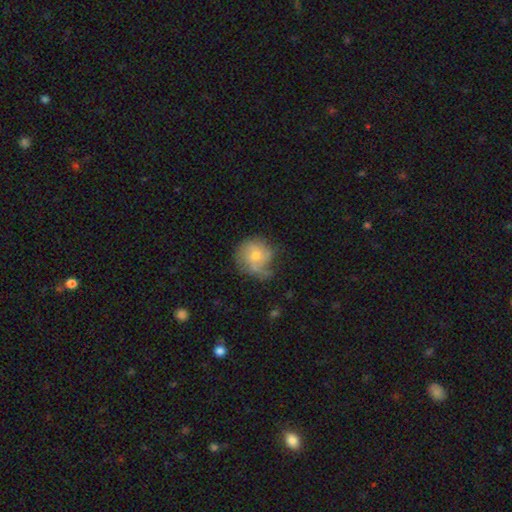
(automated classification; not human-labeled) The model was most divided on "merging": none: 45%, minor disturbance: 34%, major disturbance: 17%, merger: 3%. More confident: how rounded — round (78%); smooth or featured — smooth (53%).